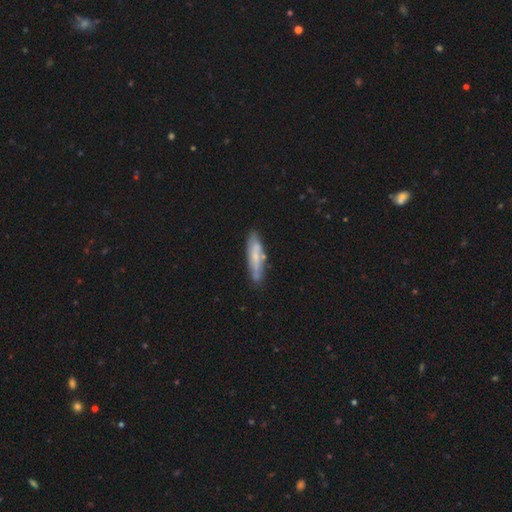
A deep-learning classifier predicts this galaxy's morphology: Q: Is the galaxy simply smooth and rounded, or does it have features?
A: smooth — 49%.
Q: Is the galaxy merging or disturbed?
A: none — 74%.